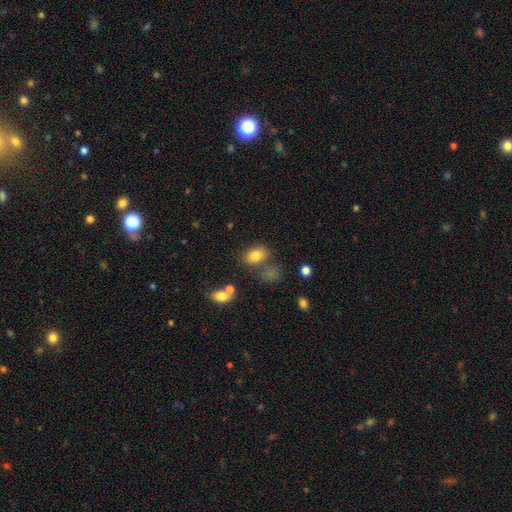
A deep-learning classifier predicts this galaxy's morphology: Overall: smooth (80%). How rounded: in between (74%). Merging: none (66%).